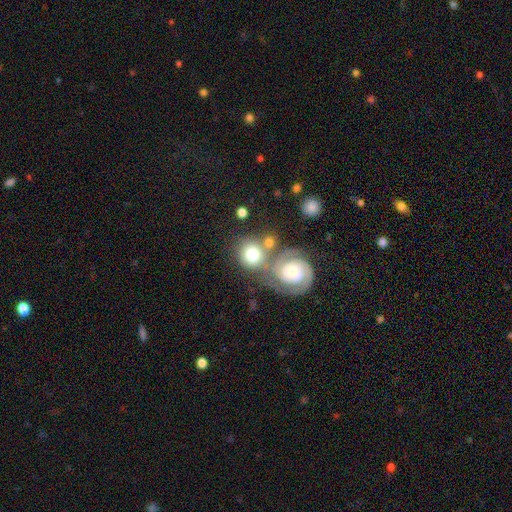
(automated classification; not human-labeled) smooth_or_featured: smooth (p=0.45) [alt: star or artifact p=0.40]
merging: none (p=0.48) [alt: merger p=0.36]